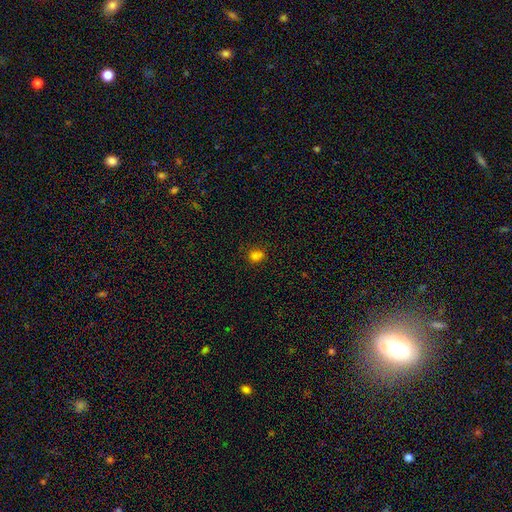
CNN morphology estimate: Smooth or featured? smooth (77%)
How rounded? round (59%)
Merging? none (74%)